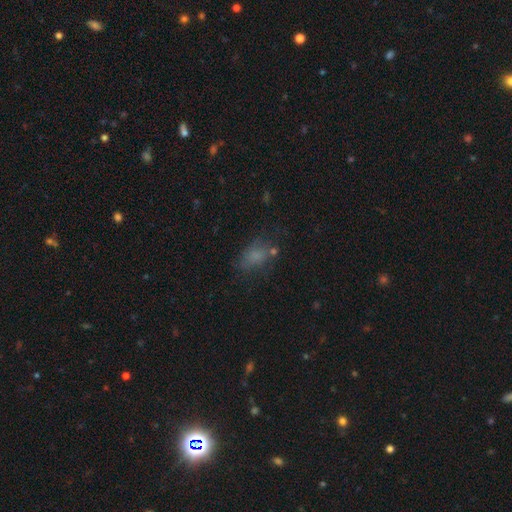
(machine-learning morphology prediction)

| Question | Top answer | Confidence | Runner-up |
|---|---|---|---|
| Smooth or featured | smooth | 67% | star or artifact (17%) |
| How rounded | in between | 81% | round (16%) |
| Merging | none | 54% | minor disturbance (23%) |